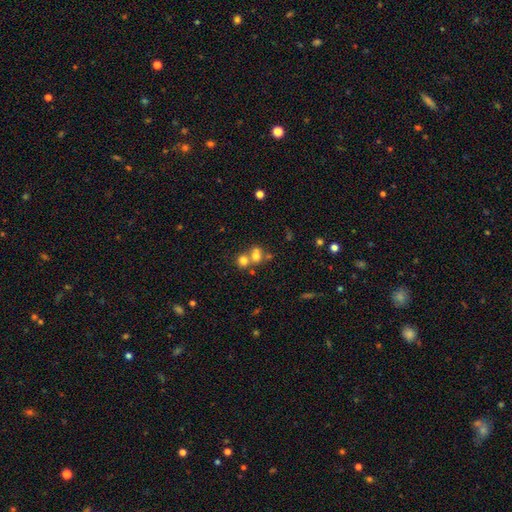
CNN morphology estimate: A smooth galaxy with no disk features (69%) that is round (71%). Merging: merger (57%).